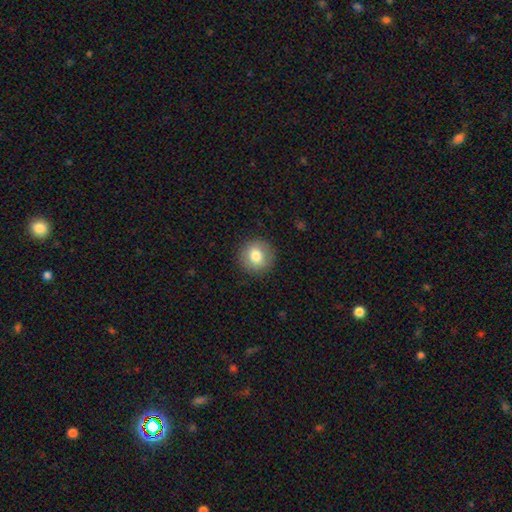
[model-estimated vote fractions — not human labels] The model was most divided on "smooth or featured": smooth: 79%, featured or disk: 13%, star or artifact: 8%. More confident: how rounded — round (92%); merging — none (90%).